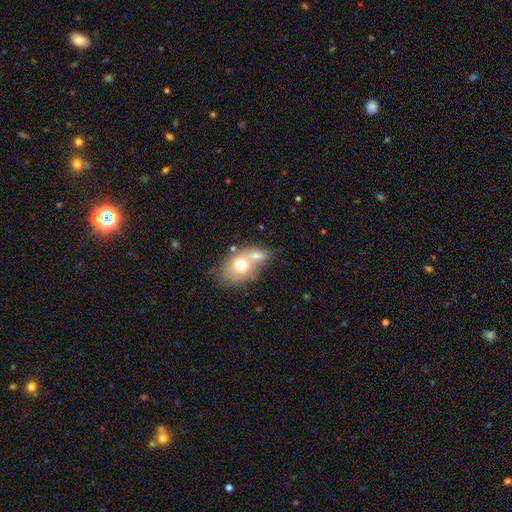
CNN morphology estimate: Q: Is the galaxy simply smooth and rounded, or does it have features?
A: smooth — 67%.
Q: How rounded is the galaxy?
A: in between — 70%.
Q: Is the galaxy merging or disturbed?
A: merger — 56%.